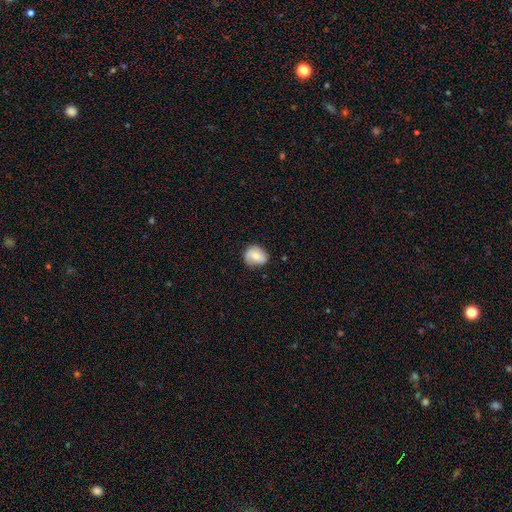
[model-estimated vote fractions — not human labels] Smooth or featured?
  - smooth: 70% *
  - featured or disk: 22%
  - star or artifact: 8%
How rounded?
  - round: 60% *
  - in between: 39%
  - cigar-shaped: 1%
Merging?
  - none: 70% *
  - minor disturbance: 23%
  - major disturbance: 5%
  - merger: 1%